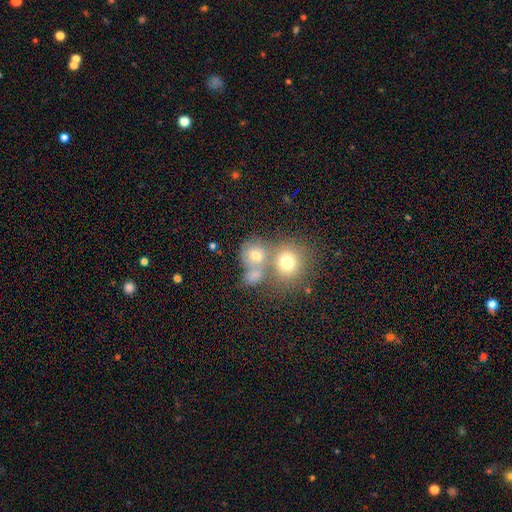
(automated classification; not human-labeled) Smooth or featured: smooth — 66% (featured or disk — 19%)
How rounded: round — 72% (in between — 27%)
Merging: merger — 47% (none — 38%)